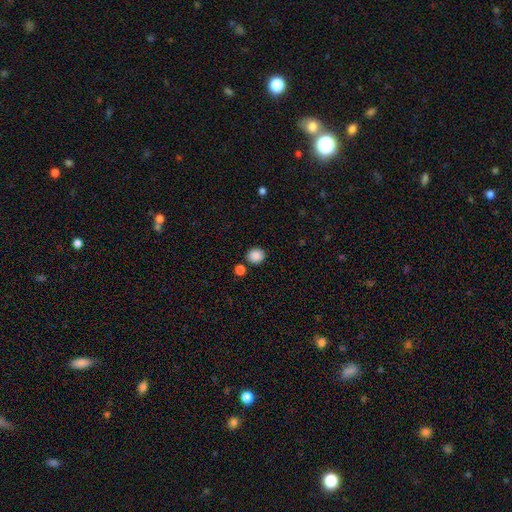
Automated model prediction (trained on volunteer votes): Smooth or featured?
  - smooth: 87% *
  - star or artifact: 9%
  - featured or disk: 4%
How rounded?
  - round: 81% *
  - in between: 18%
  - cigar-shaped: 1%
Merging?
  - none: 83% *
  - minor disturbance: 8%
  - merger: 6%
  - major disturbance: 2%